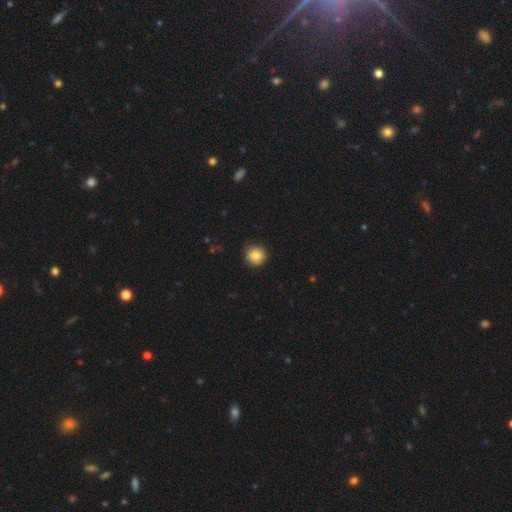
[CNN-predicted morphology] Q: Smooth or featured?
A: smooth (84%); runner-up: star or artifact (9%)
Q: How rounded?
A: round (94%); runner-up: in between (5%)
Q: Merging?
A: none (90%); runner-up: minor disturbance (7%)